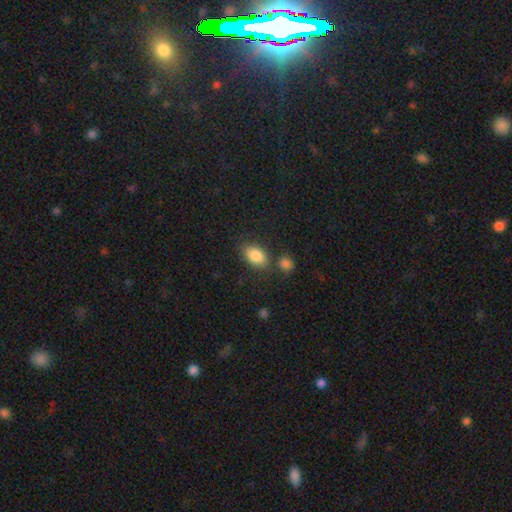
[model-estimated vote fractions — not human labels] Morphology: type=smooth (86%); roundness=in between (89%); merging=none (72%).